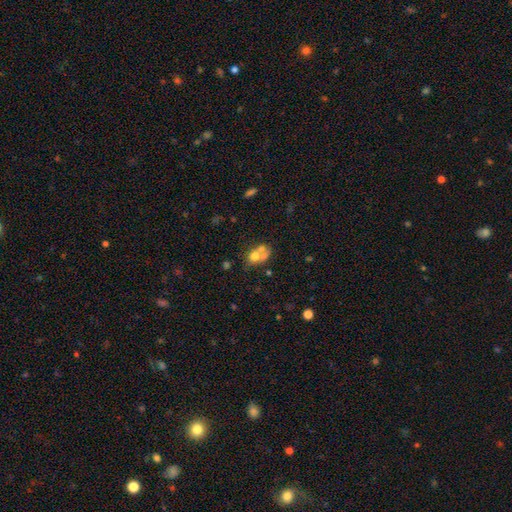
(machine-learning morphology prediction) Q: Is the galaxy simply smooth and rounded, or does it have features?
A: smooth — 60%.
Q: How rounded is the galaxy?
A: round — 55%.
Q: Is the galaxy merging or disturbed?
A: merger — 57%.